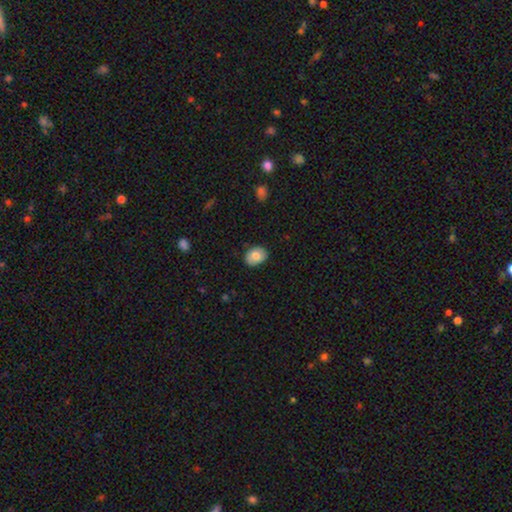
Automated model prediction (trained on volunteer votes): Smooth or featured: smooth — 78% (featured or disk — 15%)
How rounded: in between — 66% (round — 33%)
Merging: none — 84% (minor disturbance — 12%)